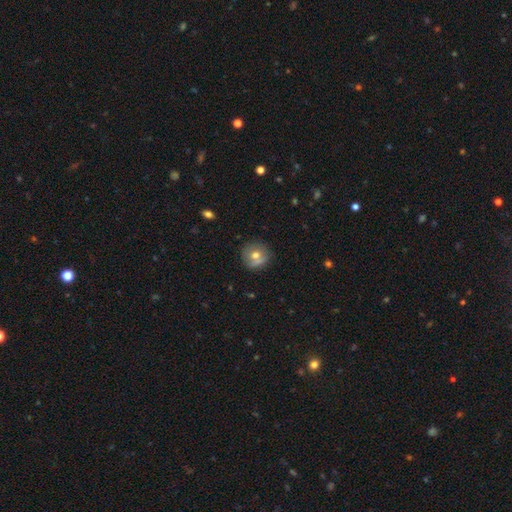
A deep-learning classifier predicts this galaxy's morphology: smooth_or_featured: smooth (p=0.63) [alt: featured or disk p=0.28]
how_rounded: round (p=0.91) [alt: in between p=0.08]
merging: none (p=0.75) [alt: minor disturbance p=0.16]